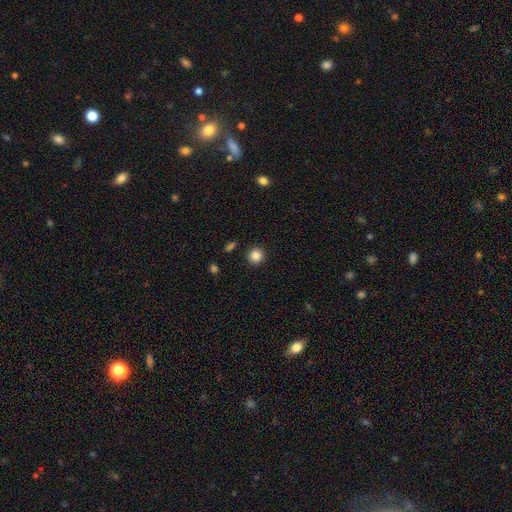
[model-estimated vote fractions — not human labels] Smooth or featured?
  - smooth: 85% *
  - star or artifact: 11%
  - featured or disk: 4%
How rounded?
  - round: 93% *
  - in between: 6%
  - cigar-shaped: 1%
Merging?
  - none: 91% *
  - minor disturbance: 5%
  - major disturbance: 2%
  - merger: 2%